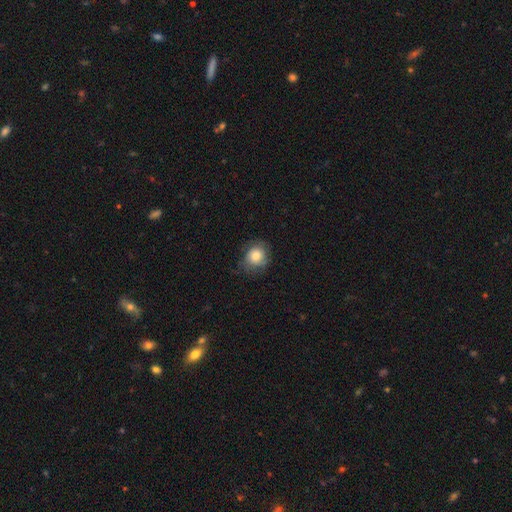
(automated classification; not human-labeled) Q: Smooth or featured?
A: smooth (77%); runner-up: featured or disk (15%)
Q: How rounded?
A: round (74%); runner-up: in between (25%)
Q: Merging?
A: none (66%); runner-up: minor disturbance (24%)